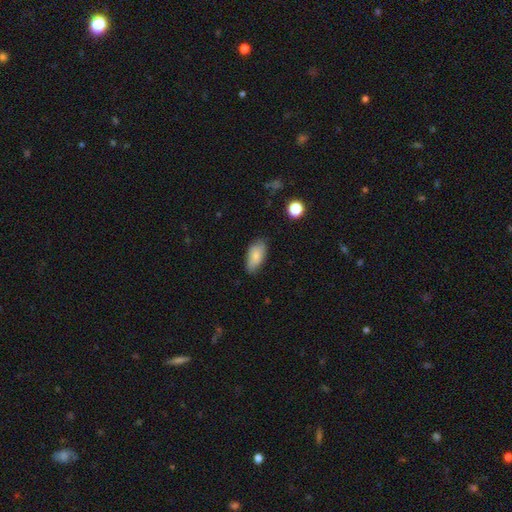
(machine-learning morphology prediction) smooth 77%, featured or disk 16%, star or artifact 7%. Down the decision tree: how rounded — in between (91%); merging — none (71%).